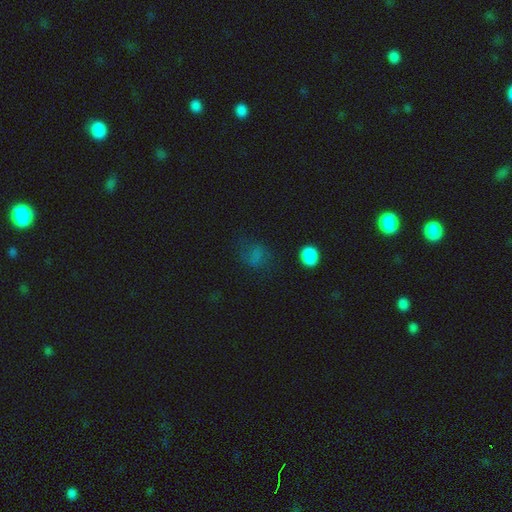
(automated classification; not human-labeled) Smooth or featured? Predicted: smooth (p=0.64). How rounded? Predicted: round (p=0.63). Merging? Predicted: none (p=0.61).